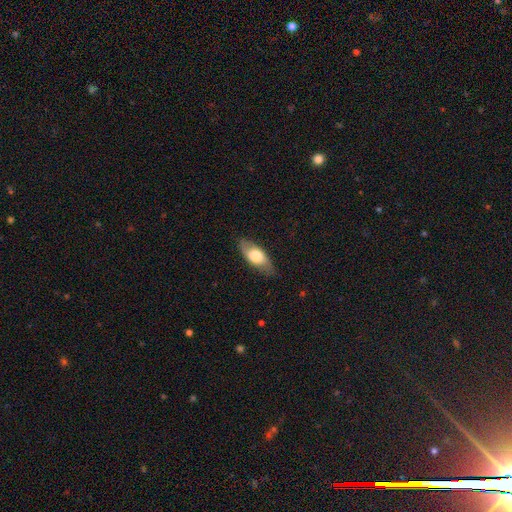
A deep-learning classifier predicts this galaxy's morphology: Smooth or featured?
  - smooth: 64% *
  - featured or disk: 31%
  - star or artifact: 6%
How rounded?
  - in between: 82% *
  - cigar-shaped: 14%
  - round: 4%
Merging?
  - none: 80% *
  - minor disturbance: 15%
  - major disturbance: 3%
  - merger: 1%